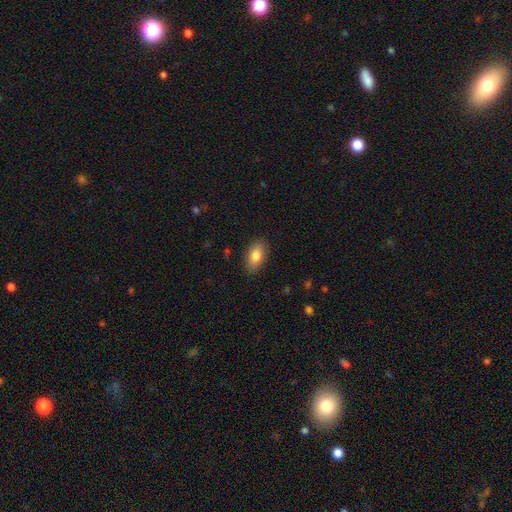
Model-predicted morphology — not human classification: A smooth galaxy with no disk features (84%) that is in between round and cigar-shaped (92%). Merging: none (88%).